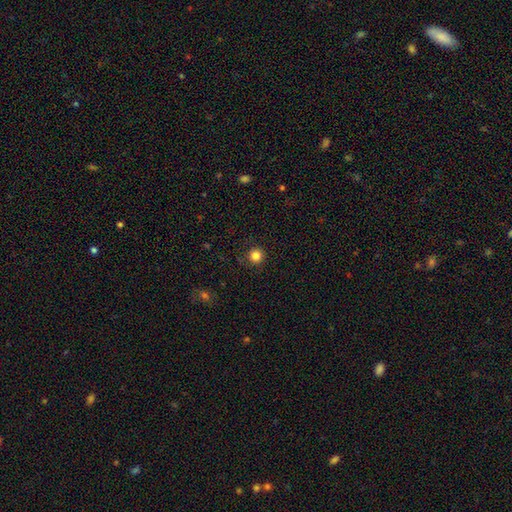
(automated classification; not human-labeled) smooth 84%, star or artifact 12%, featured or disk 4%. Down the decision tree: how rounded — round (95%); merging — none (89%).